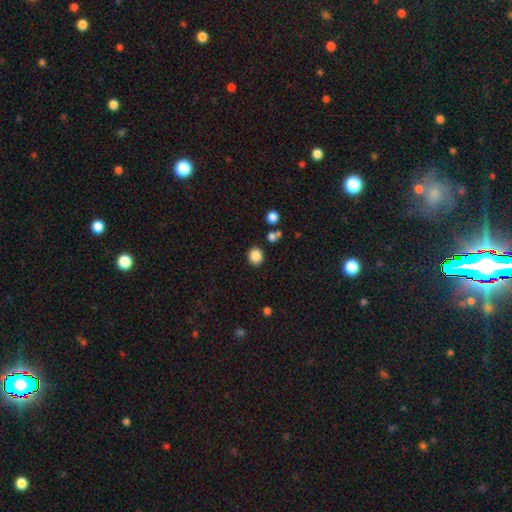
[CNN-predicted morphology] The model was most divided on "how rounded": round: 80%, in between: 19%, cigar-shaped: 1%. More confident: smooth or featured — smooth (86%); merging — none (85%).